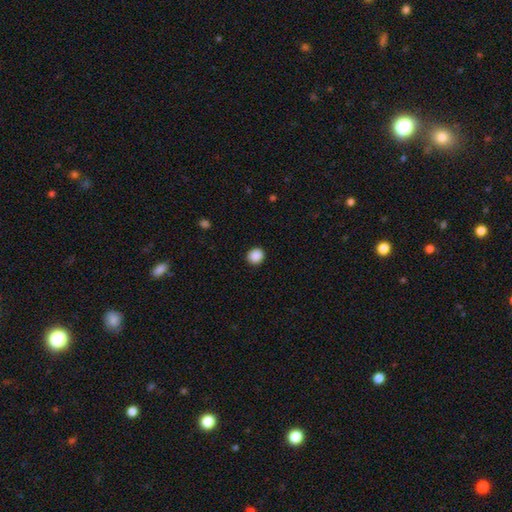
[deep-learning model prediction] smooth-or-featured: smooth: 89% | star or artifact: 9% | featured or disk: 2%
  how-rounded: round: 85% | in between: 14% | cigar-shaped: 1%
  merging: none: 91% | minor disturbance: 6% | major disturbance: 2% | merger: 1%